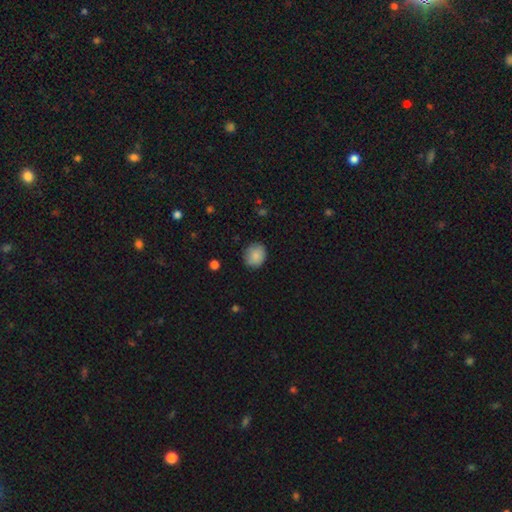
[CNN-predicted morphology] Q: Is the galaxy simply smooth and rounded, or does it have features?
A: smooth — 86%.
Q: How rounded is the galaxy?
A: round — 72%.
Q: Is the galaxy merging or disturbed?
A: none — 83%.